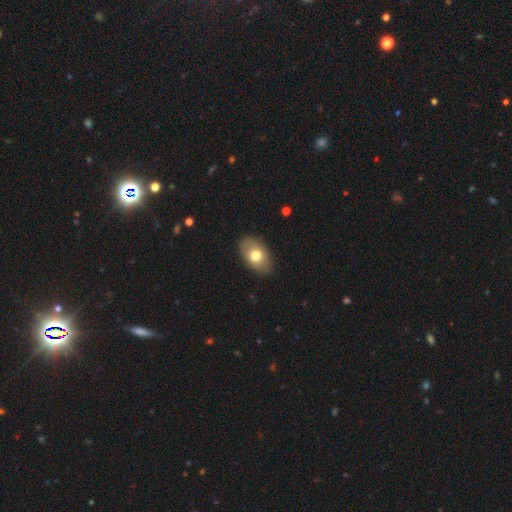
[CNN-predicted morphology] This appears to be a smooth galaxy with no disk features (71%) that is in between round and cigar-shaped (90%). Merging: none (86%).